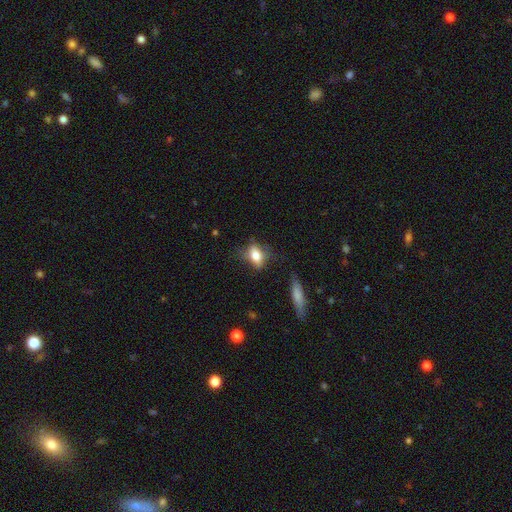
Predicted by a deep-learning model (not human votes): smooth_or_featured: smooth (p=0.67) [alt: featured or disk p=0.23]
how_rounded: in between (p=0.75) [alt: round p=0.16]
merging: none (p=0.54) [alt: minor disturbance p=0.27]